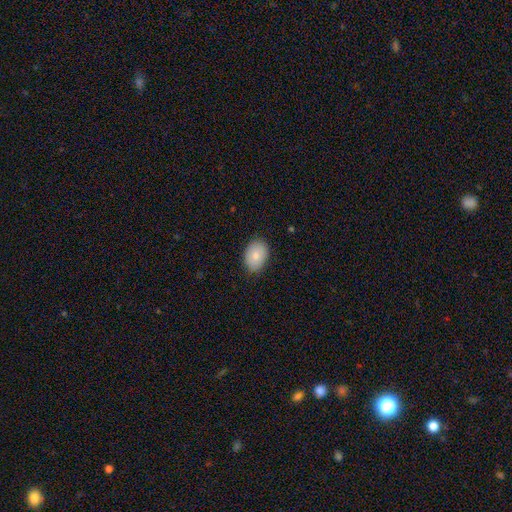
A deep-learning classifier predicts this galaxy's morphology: Smooth or featured: smooth — 82% (featured or disk — 12%)
How rounded: in between — 78% (round — 21%)
Merging: none — 85% (minor disturbance — 12%)